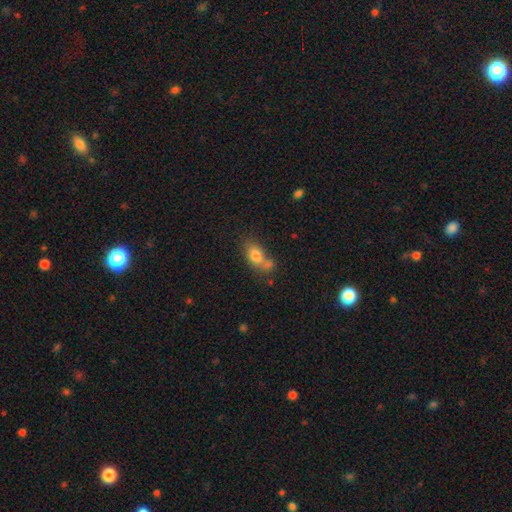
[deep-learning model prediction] Overall: smooth (78%). How rounded: in between (78%). Merging: merger (41%; none 37%).